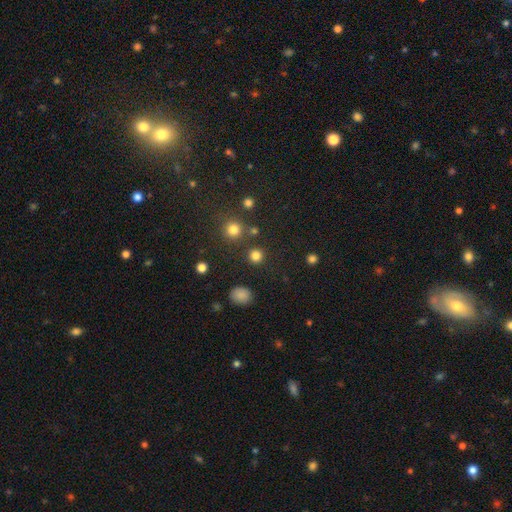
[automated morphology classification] Smooth or featured? smooth (81%)
How rounded? round (93%)
Merging? none (86%)